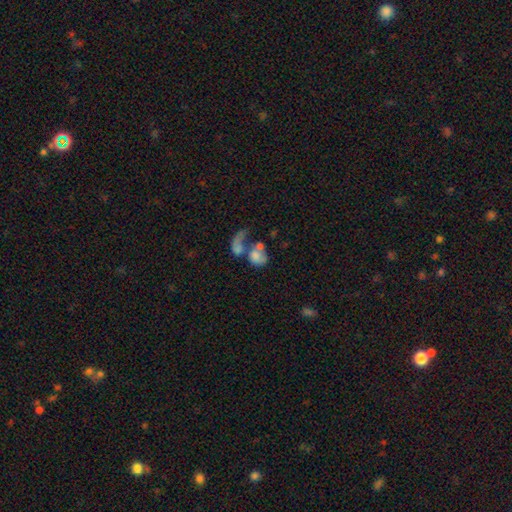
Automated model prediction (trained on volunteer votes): Morphology: type=smooth (56%); roundness=round (49%, tied with in between); merging=merger (54%).